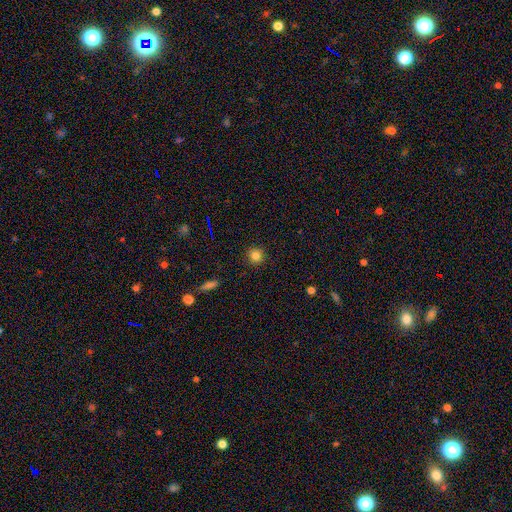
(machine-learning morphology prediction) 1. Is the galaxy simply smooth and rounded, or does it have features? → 82% smooth, 13% star or artifact, 5% featured or disk.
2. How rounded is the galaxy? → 93% round, 6% in between, 1% cigar-shaped.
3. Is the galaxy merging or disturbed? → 91% none, 6% minor disturbance, 2% major disturbance, 1% merger.